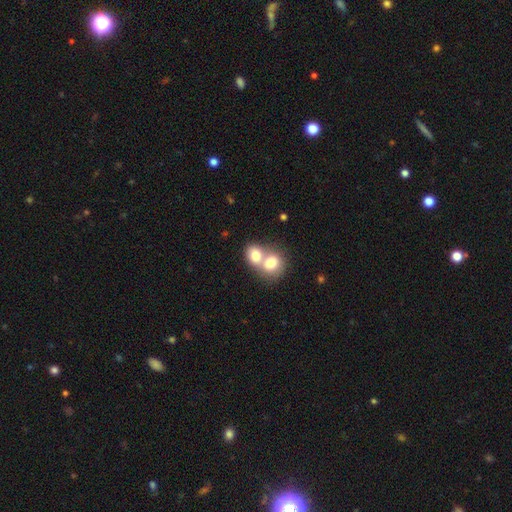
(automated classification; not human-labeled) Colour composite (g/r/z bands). It shows a smooth galaxy with no disk features (74%) that is round (56%). Merging: merger (75%).